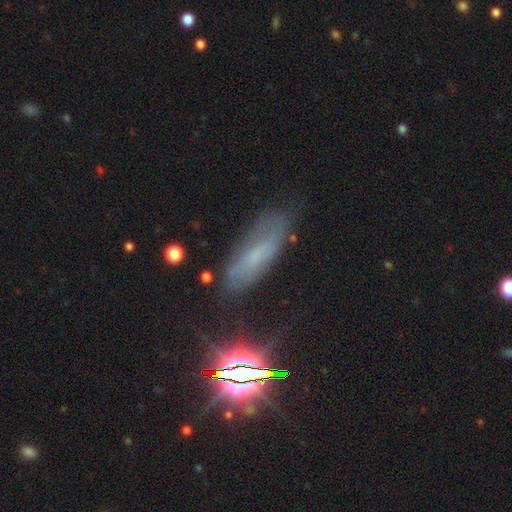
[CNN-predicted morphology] smooth-or-featured: smooth: 45% | featured or disk: 32% | star or artifact: 23%
  merging: none: 70% | minor disturbance: 21% | major disturbance: 7% | merger: 2%